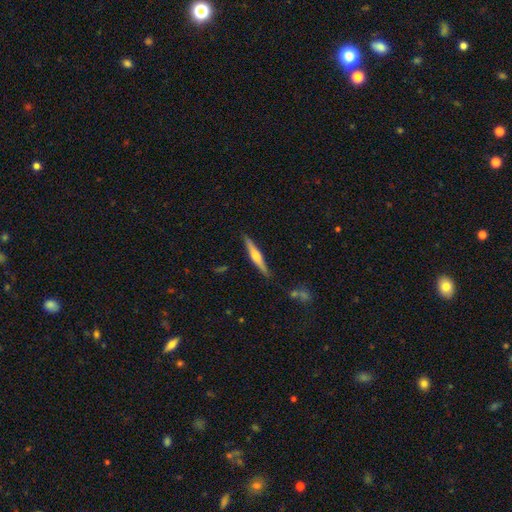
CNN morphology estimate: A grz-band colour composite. It shows a featured or disk galaxy (63%) viewed edge-on (97%) with a rounded central bulge (86%). Merging: none (88%).